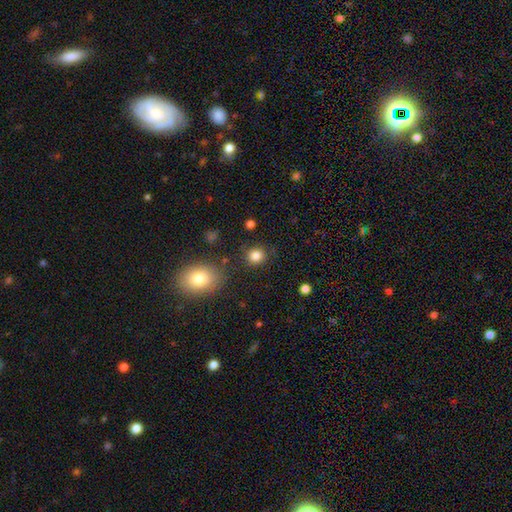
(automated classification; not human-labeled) Smooth or featured: smooth — 84% (star or artifact — 11%)
How rounded: round — 86% (in between — 13%)
Merging: none — 85% (minor disturbance — 8%)